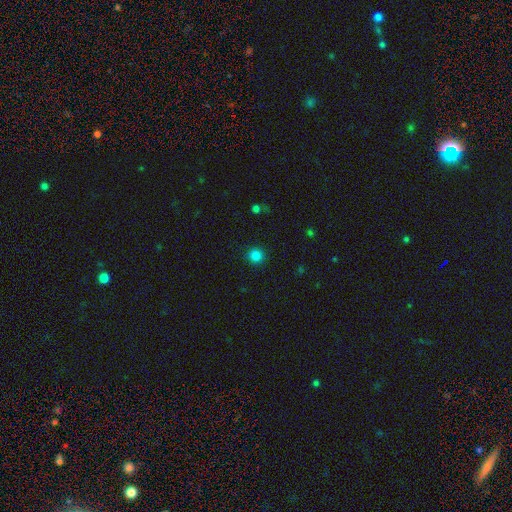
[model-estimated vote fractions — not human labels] Overall: smooth (84%). How rounded: round (94%). Merging: none (92%).